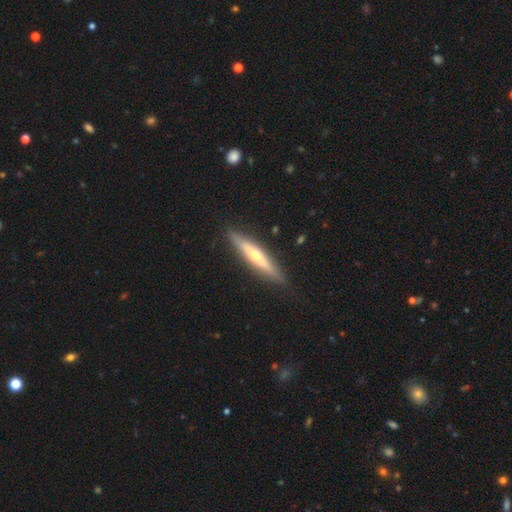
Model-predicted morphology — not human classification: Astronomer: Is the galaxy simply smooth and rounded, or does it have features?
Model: featured or disk — 62%.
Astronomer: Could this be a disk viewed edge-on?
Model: yes — 93%.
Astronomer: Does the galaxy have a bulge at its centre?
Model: rounded — 80%.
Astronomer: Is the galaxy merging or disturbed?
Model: none — 89%.